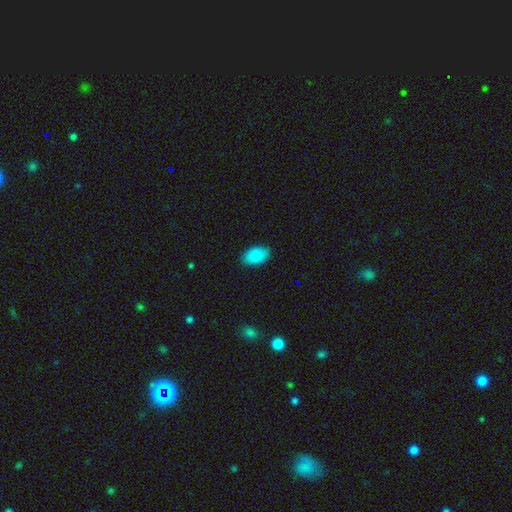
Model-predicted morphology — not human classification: smooth 89%, star or artifact 8%, featured or disk 3%. Down the decision tree: how rounded — in between (92%); merging — none (85%).